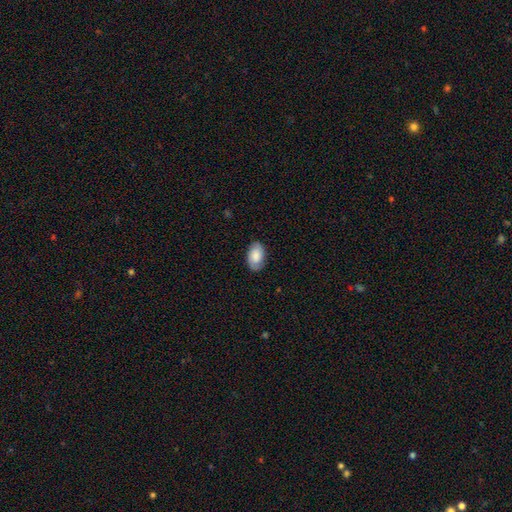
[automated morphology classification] Overall: smooth (68%). How rounded: in between (93%). Merging: none (84%).